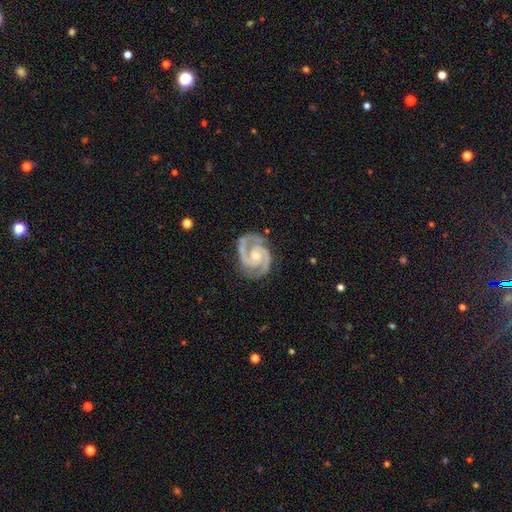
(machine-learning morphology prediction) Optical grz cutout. It shows a featured or disk galaxy (93%) with no bar (60%), 2 (92%) medium (48%) spiral arms (99%) and a small central bulge (49%). Merging: none (82%).